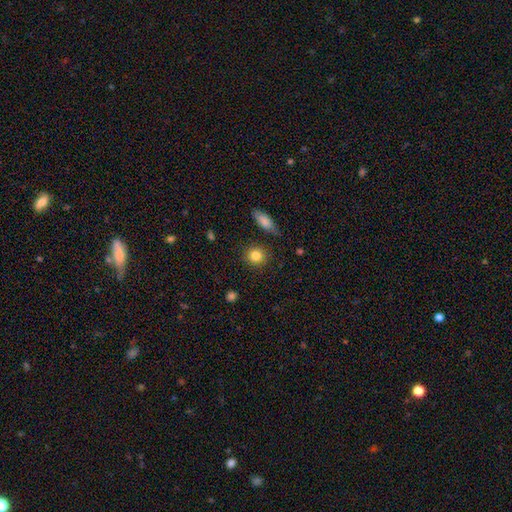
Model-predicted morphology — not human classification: A smooth galaxy with no disk features (84%) that is round (87%).

Vote fractions:
- Smooth or featured? smooth: 84% / star or artifact: 9% / featured or disk: 7%
- How rounded? round: 87% / in between: 12% / cigar-shaped: 1%
- Merging? none: 88% / minor disturbance: 8% / major disturbance: 2% / merger: 2%